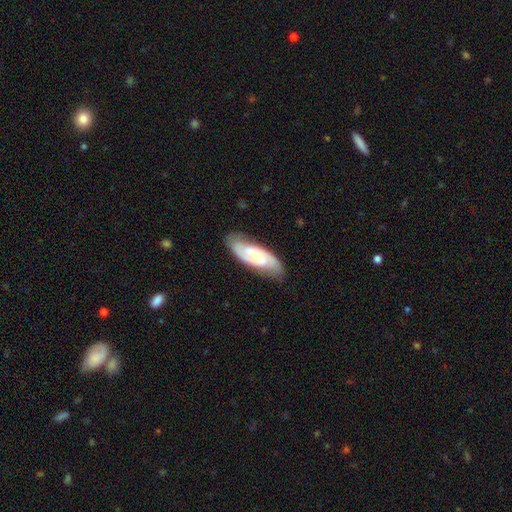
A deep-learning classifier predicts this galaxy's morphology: A featured or disk galaxy (69%) with no bar (51%), 2 (80%) medium (43%, tied with tight) spiral arms (93%) and a small central bulge (58%). Merging: none (76%).